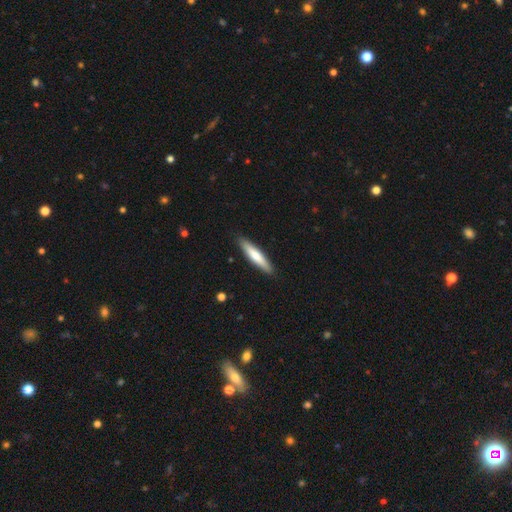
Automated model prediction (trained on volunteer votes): This is likely a smooth galaxy (67%). How rounded: clearly cigar-shaped (86%). Merging: clearly none (90%).